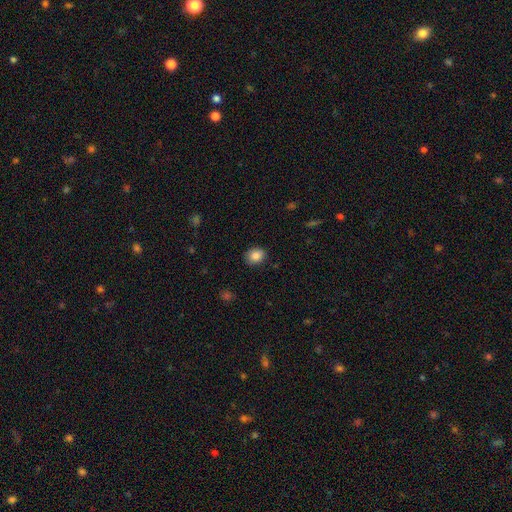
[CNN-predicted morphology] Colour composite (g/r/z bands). It shows a smooth galaxy with no disk features (86%) that is round (50%). Merging: none (87%).